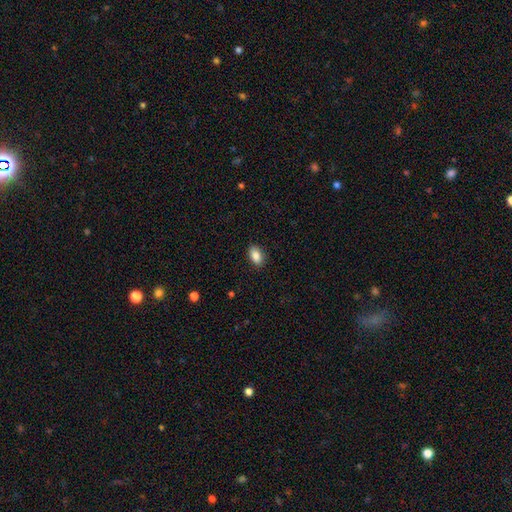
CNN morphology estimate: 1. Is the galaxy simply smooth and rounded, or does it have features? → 87% smooth, 8% star or artifact, 5% featured or disk.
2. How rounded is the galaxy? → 91% in between, 7% round, 2% cigar-shaped.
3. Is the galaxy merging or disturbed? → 89% none, 8% minor disturbance, 2% major disturbance, 1% merger.